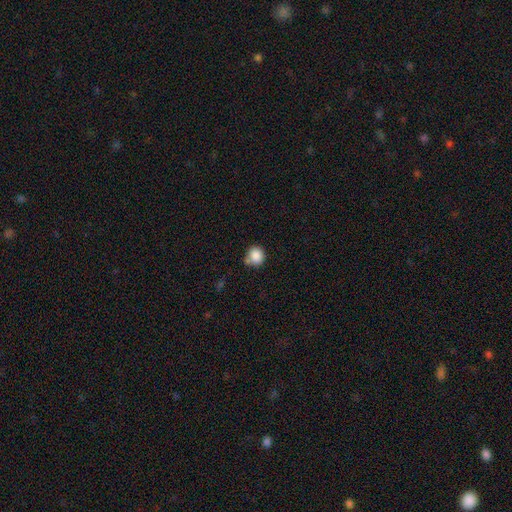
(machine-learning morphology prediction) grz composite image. It shows a smooth galaxy with no disk features (86%) that is round (89%). Merging: none (64%).